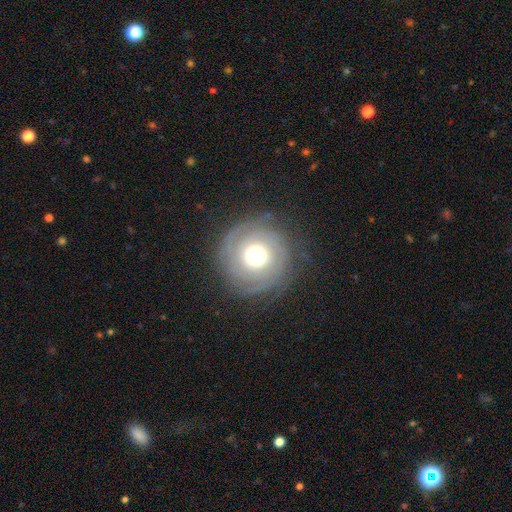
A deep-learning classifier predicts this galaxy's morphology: smooth_or_featured: featured or disk (p=0.73) [alt: smooth p=0.20]
disk_edge_on: no (p=0.98) [alt: yes p=0.02]
bar: no (p=0.85) [alt: weak p=0.12]
has_spiral_arms: yes (p=0.88) [alt: no p=0.12]
spiral_winding: tight (p=0.76) [alt: medium p=0.18]
spiral_arm_count: 2 (p=0.38) [alt: can't tell p=0.29]
bulge_size: moderate (p=0.59) [alt: large p=0.28]
merging: none (p=0.80) [alt: minor disturbance p=0.12]